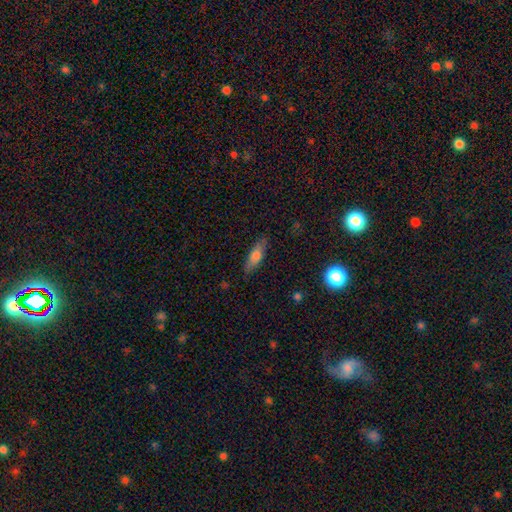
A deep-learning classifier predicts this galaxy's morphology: smooth_or_featured: smooth (p=0.71) [alt: featured or disk p=0.22]
how_rounded: in between (p=0.51) [alt: cigar-shaped p=0.47]
merging: none (p=0.84) [alt: minor disturbance p=0.12]